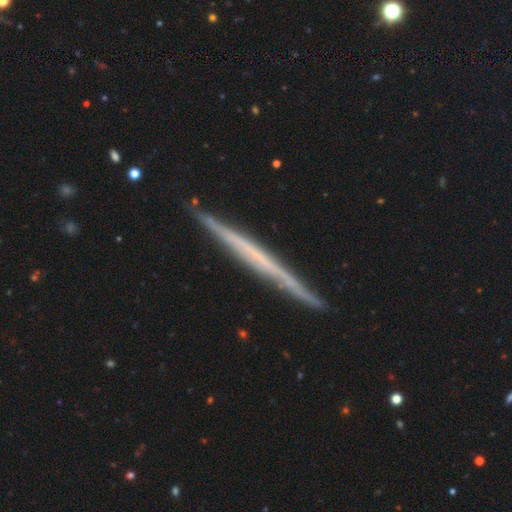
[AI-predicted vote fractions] smooth_or_featured: featured or disk (p=0.69) [alt: smooth p=0.25]
disk_edge_on: yes (p=0.98) [alt: no p=0.02]
edge_on_bulge: none (p=0.90) [alt: rounded p=0.06]
merging: none (p=0.90) [alt: minor disturbance p=0.07]